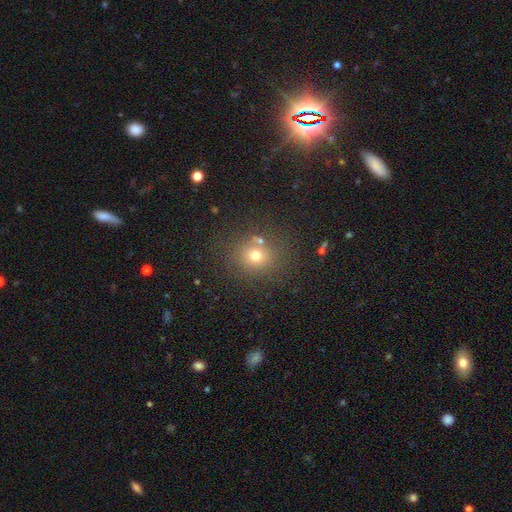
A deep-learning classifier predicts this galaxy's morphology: This is likely a smooth galaxy (69%). How rounded: clearly round (81%). Merging: likely none (74%).